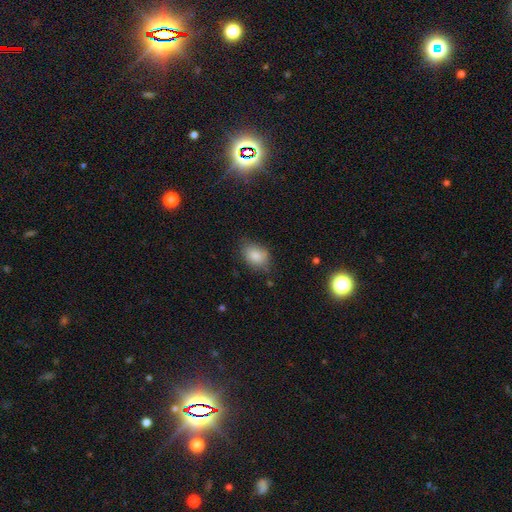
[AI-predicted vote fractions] Smooth or featured? Predicted: smooth (p=0.85). How rounded? Predicted: in between (p=0.79). Merging? Predicted: none (p=0.68).